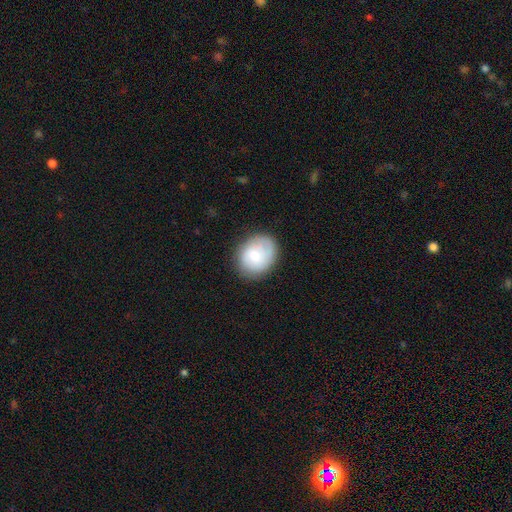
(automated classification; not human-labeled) Smooth or featured: smooth — 63% (featured or disk — 30%)
How rounded: round — 55% (in between — 44%)
Merging: none — 78% (minor disturbance — 16%)